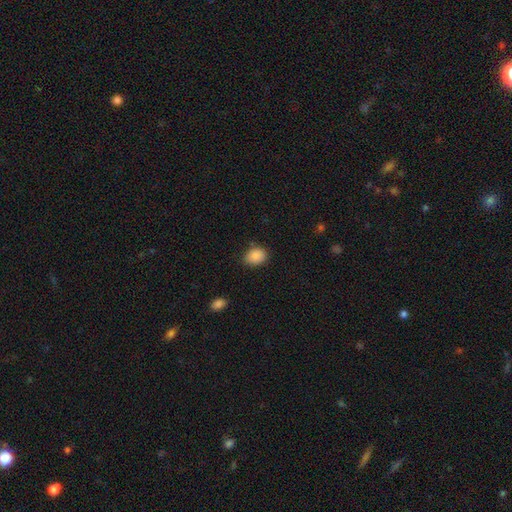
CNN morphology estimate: Overall: smooth (88%). How rounded: in between (65%; round 34%). Merging: none (77%).